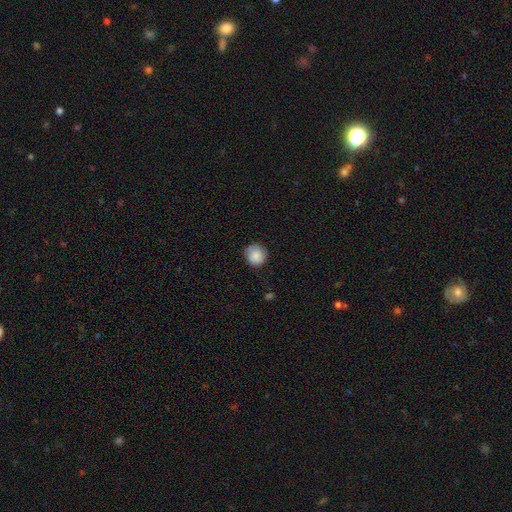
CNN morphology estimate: This is clearly a smooth galaxy (85%). How rounded: clearly round (90%). Merging: likely none (77%).